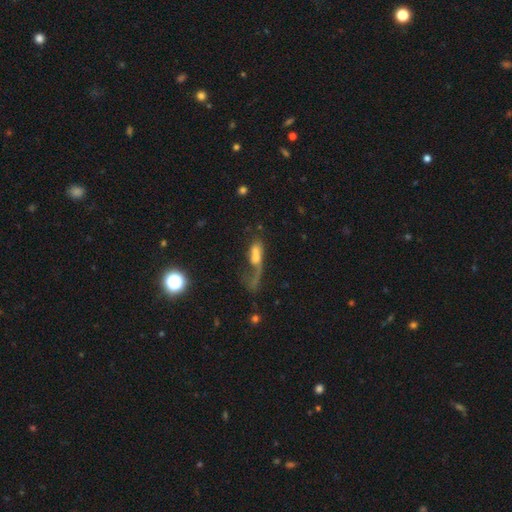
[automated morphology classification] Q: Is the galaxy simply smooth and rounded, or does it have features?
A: featured or disk — 48%.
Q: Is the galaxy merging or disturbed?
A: major disturbance — 33%, tied with merger.